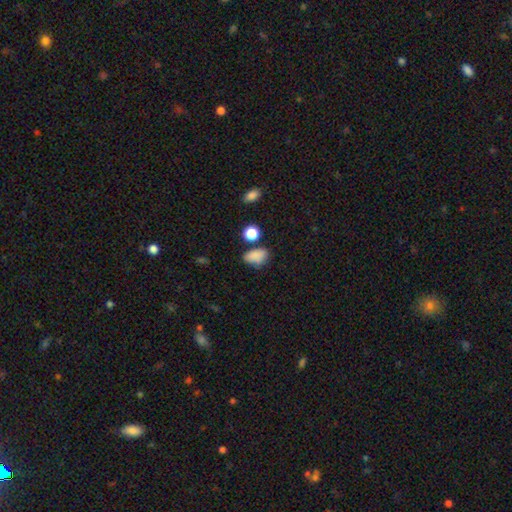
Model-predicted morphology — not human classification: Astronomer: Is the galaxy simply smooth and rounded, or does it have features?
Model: smooth — 82%.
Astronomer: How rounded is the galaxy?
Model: in between — 82%.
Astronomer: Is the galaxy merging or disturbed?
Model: none — 64%.